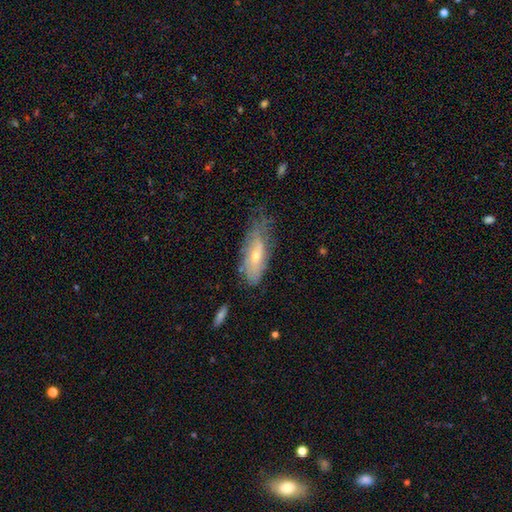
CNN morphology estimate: featured or disk 47%, smooth 45%, star or artifact 8%. Down the decision tree: merging — none (52%).